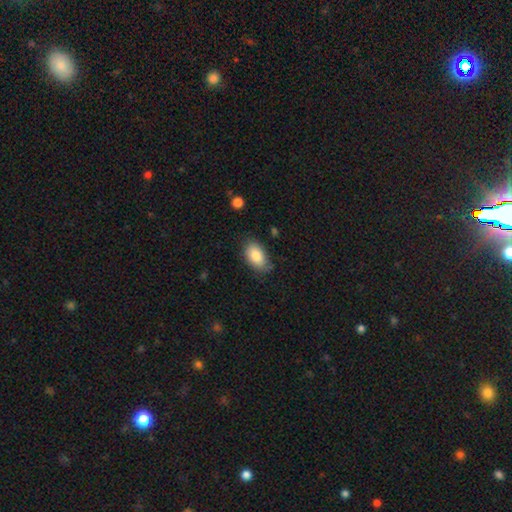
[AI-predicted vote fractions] The model was most divided on "merging": none: 74%, minor disturbance: 20%, major disturbance: 4%, merger: 2%. More confident: how rounded — in between (93%); smooth or featured — smooth (83%).